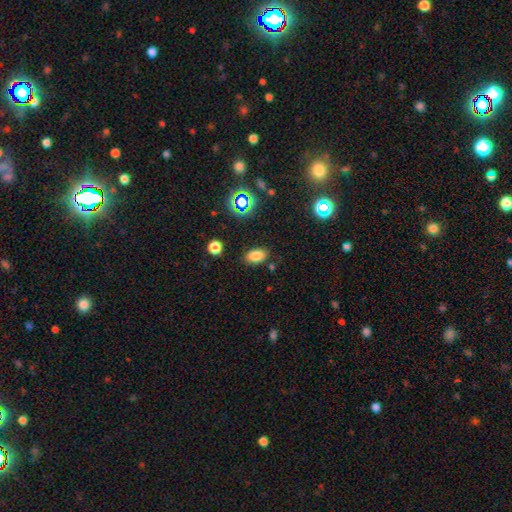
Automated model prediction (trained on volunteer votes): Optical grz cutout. It shows a smooth galaxy with no disk features (79%) that is in between round and cigar-shaped (90%). Merging: none (83%).